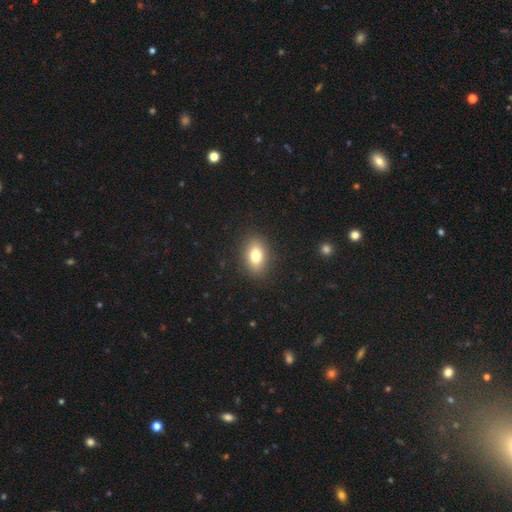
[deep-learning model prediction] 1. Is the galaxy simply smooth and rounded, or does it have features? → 78% smooth, 12% featured or disk, 10% star or artifact.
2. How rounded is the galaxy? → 81% in between, 17% round, 2% cigar-shaped.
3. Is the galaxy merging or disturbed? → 88% none, 8% minor disturbance, 3% major disturbance, 1% merger.